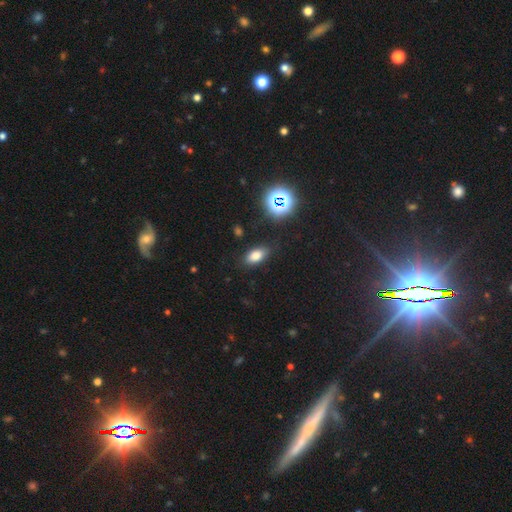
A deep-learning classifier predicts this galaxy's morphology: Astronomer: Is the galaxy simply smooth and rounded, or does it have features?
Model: smooth — 75%.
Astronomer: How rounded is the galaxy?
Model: in between — 87%.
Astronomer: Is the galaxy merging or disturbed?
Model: none — 83%.